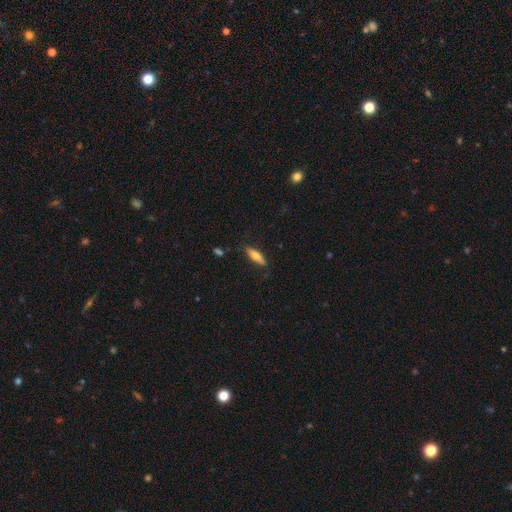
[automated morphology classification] smooth-or-featured: smooth: 64% | featured or disk: 30% | star or artifact: 6%
  how-rounded: cigar-shaped: 59% | in between: 39% | round: 2%
  merging: none: 81% | minor disturbance: 15% | major disturbance: 3% | merger: 1%